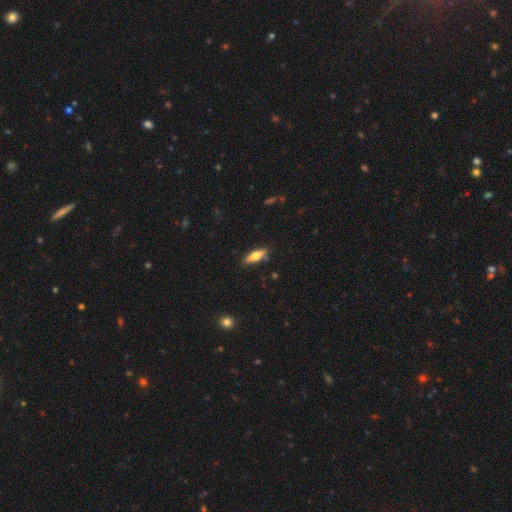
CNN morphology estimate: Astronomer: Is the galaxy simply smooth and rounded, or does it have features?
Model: smooth — 56% (runner-up: featured or disk, 38%).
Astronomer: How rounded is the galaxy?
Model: cigar-shaped — 54% (runner-up: in between, 44%).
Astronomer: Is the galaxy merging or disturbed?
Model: none — 84%.